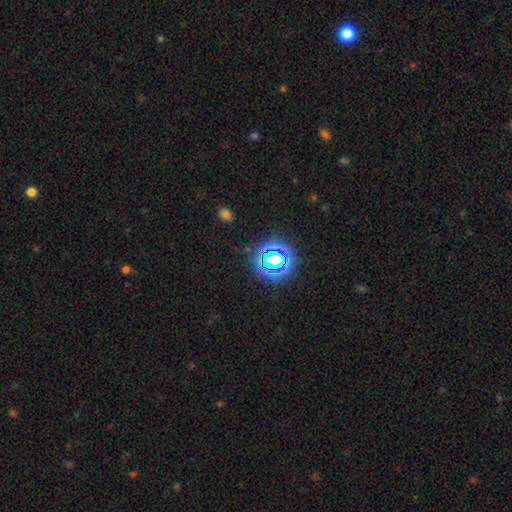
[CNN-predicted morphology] Smooth or featured? star or artifact (76%)